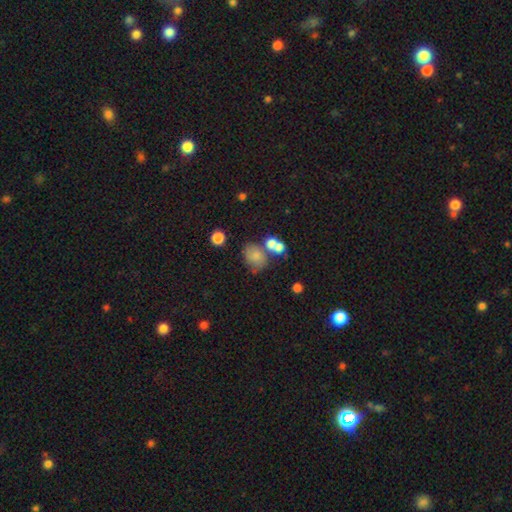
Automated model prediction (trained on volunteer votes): A smooth galaxy with no disk features (72%) that is in between round and cigar-shaped (53%).

Vote fractions:
- Smooth or featured? smooth: 72% / featured or disk: 16% / star or artifact: 13%
- How rounded? in between: 53% / round: 46% / cigar-shaped: 1%
- Merging? none: 45% / merger: 30% / minor disturbance: 16% / major disturbance: 8%